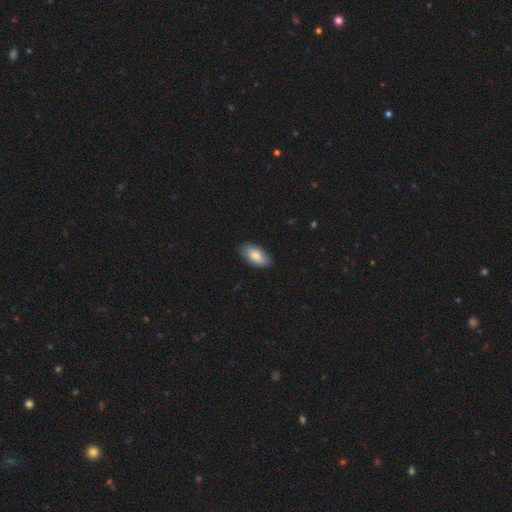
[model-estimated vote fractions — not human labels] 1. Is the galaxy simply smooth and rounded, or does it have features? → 85% smooth, 9% featured or disk, 6% star or artifact.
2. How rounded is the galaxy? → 93% in between, 5% cigar-shaped, 2% round.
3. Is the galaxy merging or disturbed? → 87% none, 10% minor disturbance, 2% major disturbance, 1% merger.